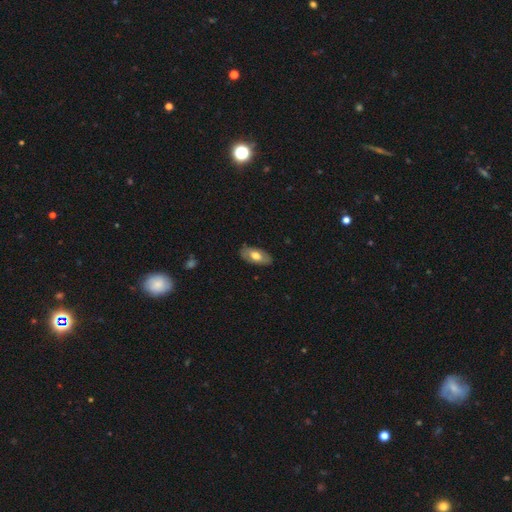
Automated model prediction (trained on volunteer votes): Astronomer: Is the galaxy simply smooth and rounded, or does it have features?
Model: smooth — 62%.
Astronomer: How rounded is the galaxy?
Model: in between — 92%.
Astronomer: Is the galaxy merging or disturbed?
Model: none — 84%.